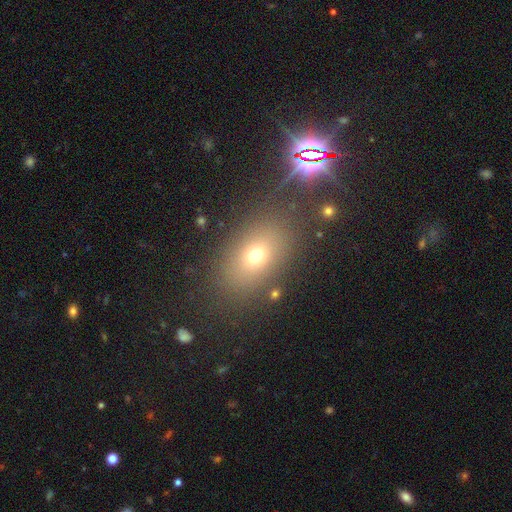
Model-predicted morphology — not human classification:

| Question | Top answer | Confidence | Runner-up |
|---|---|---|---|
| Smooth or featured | smooth | 67% | star or artifact (18%) |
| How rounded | in between | 72% | round (25%) |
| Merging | none | 80% | minor disturbance (10%) |